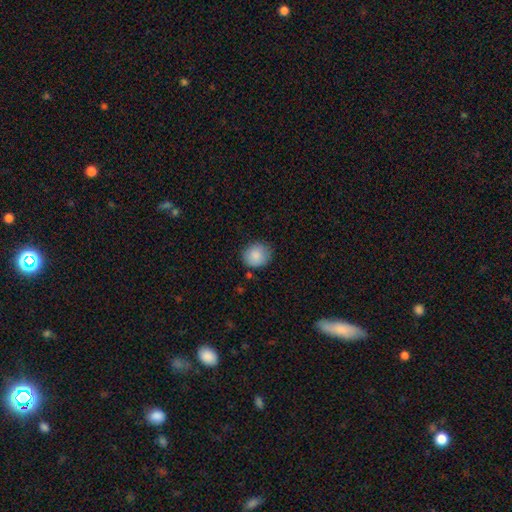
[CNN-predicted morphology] A smooth galaxy with no disk features (88%) that is round (81%).

Vote fractions:
- Smooth or featured? smooth: 88% / star or artifact: 7% / featured or disk: 5%
- How rounded? round: 81% / in between: 18% / cigar-shaped: 1%
- Merging? none: 82% / minor disturbance: 13% / major disturbance: 3% / merger: 2%